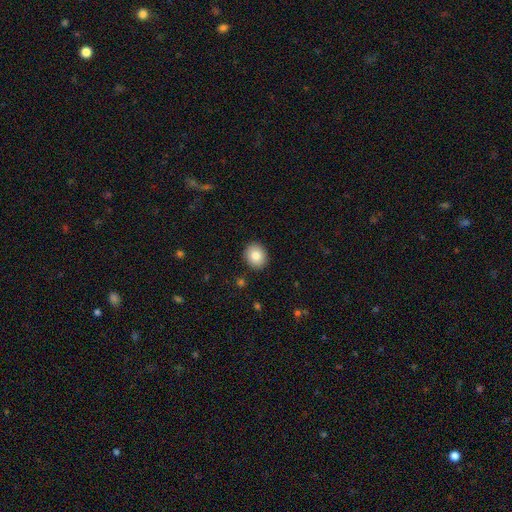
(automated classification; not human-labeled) Smooth or featured? smooth (83%)
How rounded? round (69%)
Merging? none (90%)